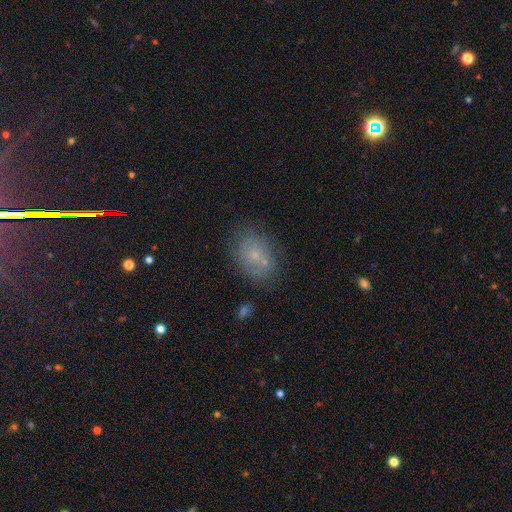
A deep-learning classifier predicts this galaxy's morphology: Smooth or featured? Predicted: smooth (p=0.63). How rounded? Predicted: in between (p=0.70). Merging? Predicted: none (p=0.68).